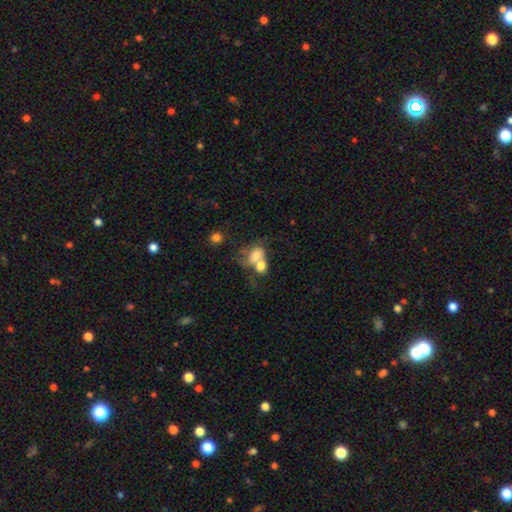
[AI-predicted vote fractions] Smooth or featured? smooth (64%)
How rounded? in between (71%)
Merging? merger (66%)